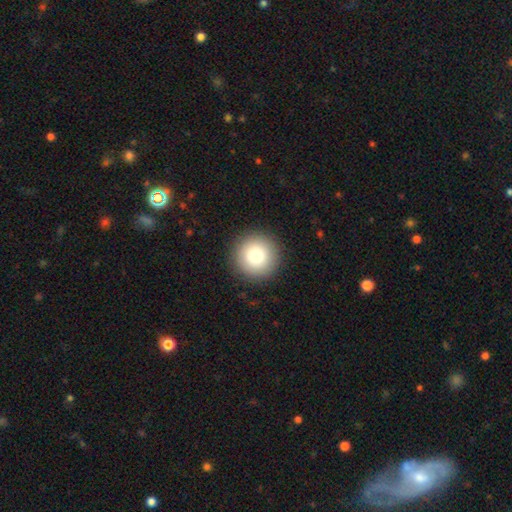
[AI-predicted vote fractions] Smooth or featured: smooth — 81% (featured or disk — 10%)
How rounded: round — 96% (in between — 3%)
Merging: none — 92% (minor disturbance — 5%)